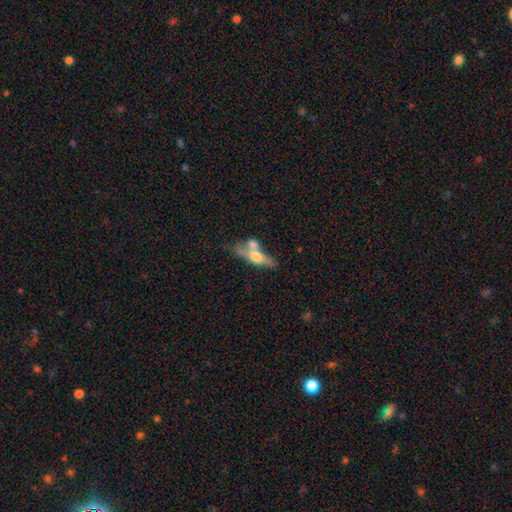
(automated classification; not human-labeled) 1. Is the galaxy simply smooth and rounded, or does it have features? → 47% smooth, 46% featured or disk, 7% star or artifact.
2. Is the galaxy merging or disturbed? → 43% merger, 37% none, 13% minor disturbance, 7% major disturbance.